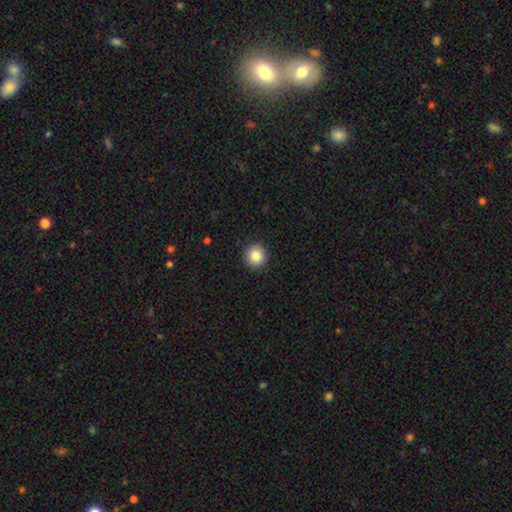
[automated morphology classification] This appears to be a smooth galaxy with no disk features (85%) that is round (94%). Merging: none (92%).